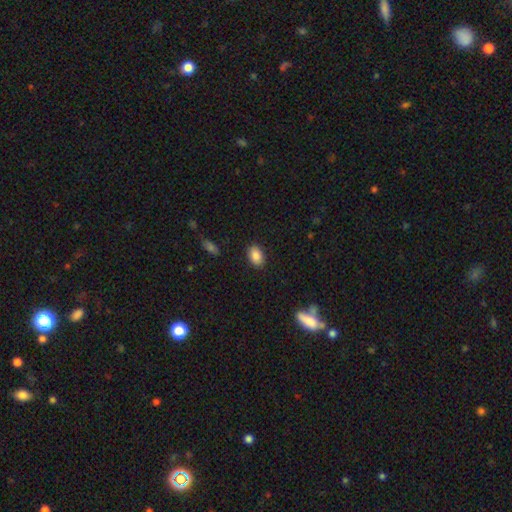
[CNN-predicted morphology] A smooth galaxy with no disk features (88%) that is in between round and cigar-shaped (82%).

Vote fractions:
- Smooth or featured? smooth: 88% / star or artifact: 8% / featured or disk: 4%
- How rounded? in between: 82% / round: 17% / cigar-shaped: 1%
- Merging? none: 88% / minor disturbance: 8% / major disturbance: 2% / merger: 1%